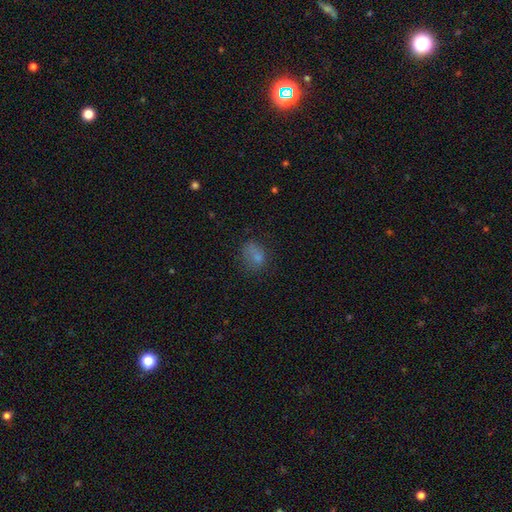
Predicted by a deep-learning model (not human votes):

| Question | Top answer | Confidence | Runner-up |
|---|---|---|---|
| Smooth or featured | smooth | 71% | star or artifact (16%) |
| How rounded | in between | 61% | round (38%) |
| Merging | none | 49% | minor disturbance (26%) |